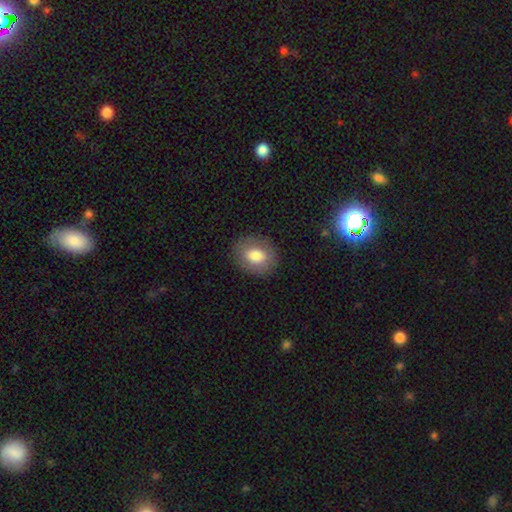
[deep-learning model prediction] smooth-or-featured: smooth: 77% | featured or disk: 15% | star or artifact: 8%
  how-rounded: in between: 52% | round: 47% | cigar-shaped: 1%
  merging: none: 87% | minor disturbance: 9% | major disturbance: 3% | merger: 1%